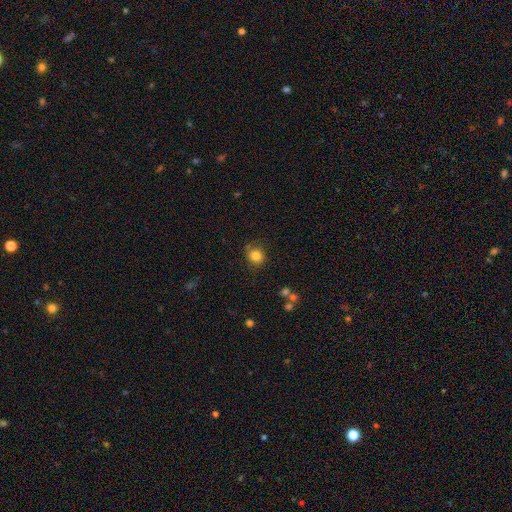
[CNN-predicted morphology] A smooth galaxy with no disk features (83%) that is round (83%). Merging: none (77%).